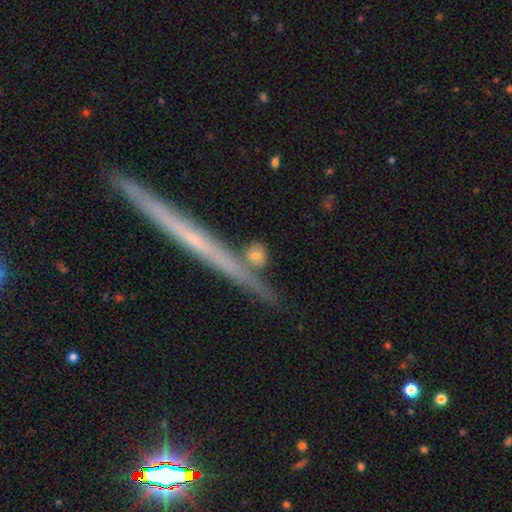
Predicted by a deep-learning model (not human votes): A smooth galaxy with no disk features (71%) that is round (67%).

Vote fractions:
- Smooth or featured? smooth: 71% / featured or disk: 18% / star or artifact: 11%
- How rounded? round: 67% / cigar-shaped: 17% / in between: 17%
- Merging? none: 68% / merger: 14% / minor disturbance: 12% / major disturbance: 6%